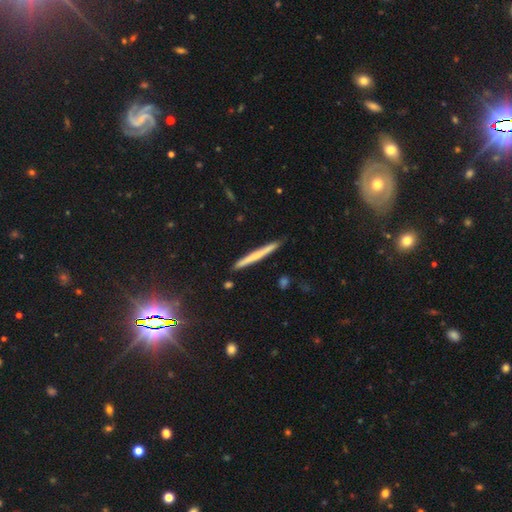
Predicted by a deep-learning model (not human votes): smooth_or_featured: smooth (p=0.51) [alt: featured or disk p=0.42]
how_rounded: cigar-shaped (p=0.97) [alt: in between p=0.02]
merging: none (p=0.91) [alt: minor disturbance p=0.07]